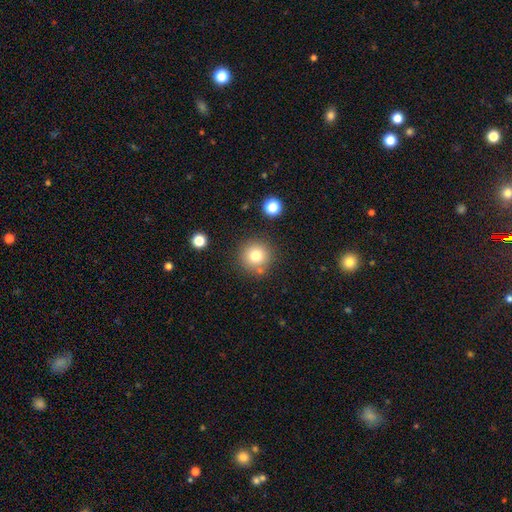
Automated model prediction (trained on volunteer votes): Smooth or featured? Predicted: smooth (p=0.78). How rounded? Predicted: round (p=0.96). Merging? Predicted: none (p=0.84).